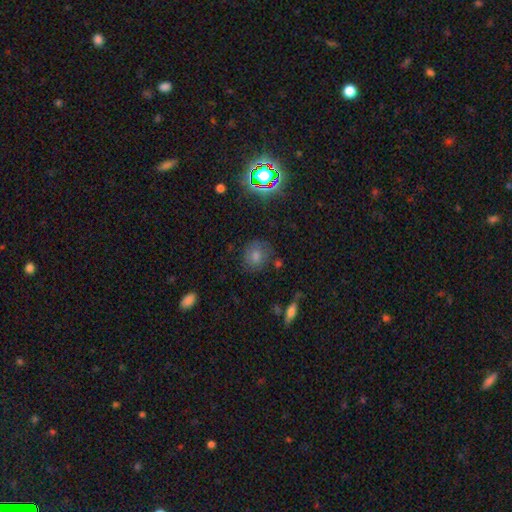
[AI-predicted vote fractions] Smooth or featured?
  - smooth: 67% *
  - star or artifact: 17%
  - featured or disk: 15%
How rounded?
  - round: 75% *
  - in between: 24%
  - cigar-shaped: 1%
Merging?
  - none: 72% *
  - minor disturbance: 18%
  - major disturbance: 7%
  - merger: 3%